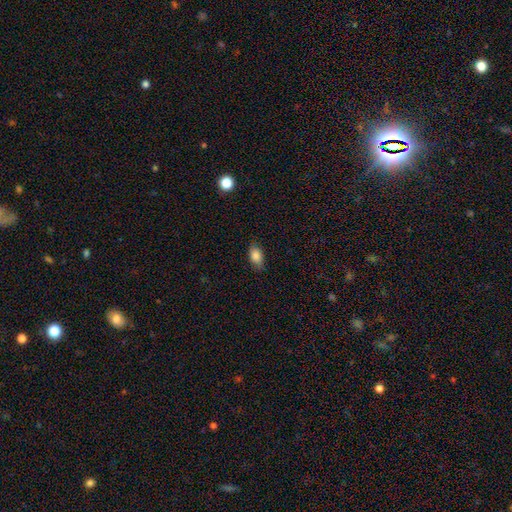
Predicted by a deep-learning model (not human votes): Smooth or featured? Predicted: smooth (p=0.85). How rounded? Predicted: in between (p=0.89). Merging? Predicted: none (p=0.81).